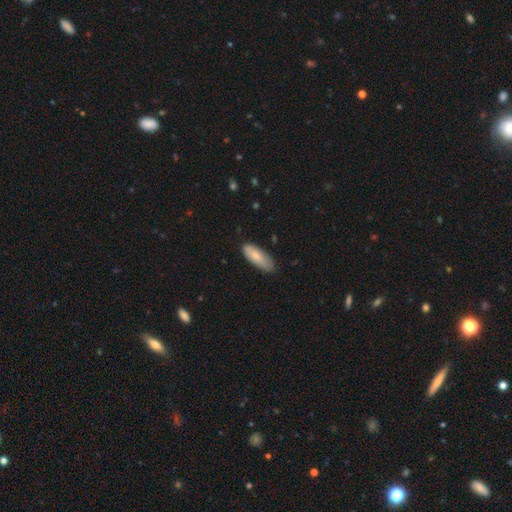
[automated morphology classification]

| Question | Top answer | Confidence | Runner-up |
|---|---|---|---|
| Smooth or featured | smooth | 79% | featured or disk (15%) |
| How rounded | in between | 71% | cigar-shaped (27%) |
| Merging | none | 71% | minor disturbance (23%) |